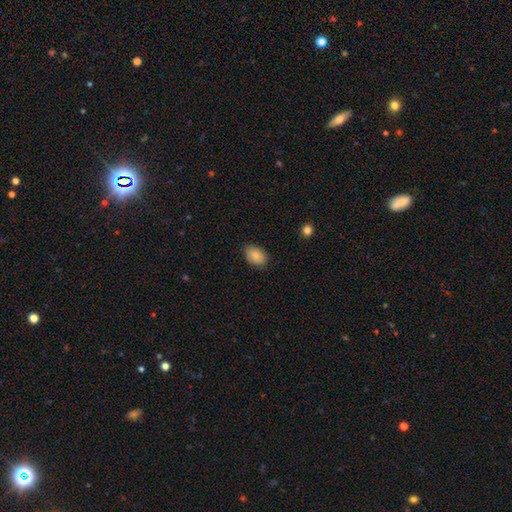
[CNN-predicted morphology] Smooth or featured? Predicted: smooth (p=0.87). How rounded? Predicted: in between (p=0.82). Merging? Predicted: none (p=0.83).